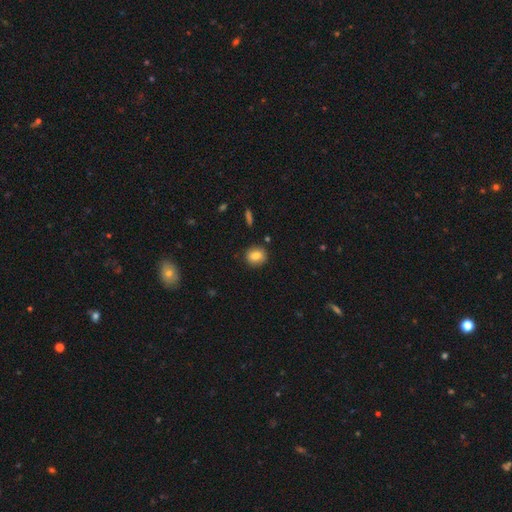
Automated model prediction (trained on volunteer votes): This is clearly a smooth galaxy (83%). How rounded: likely round (75%). Merging: clearly none (87%).